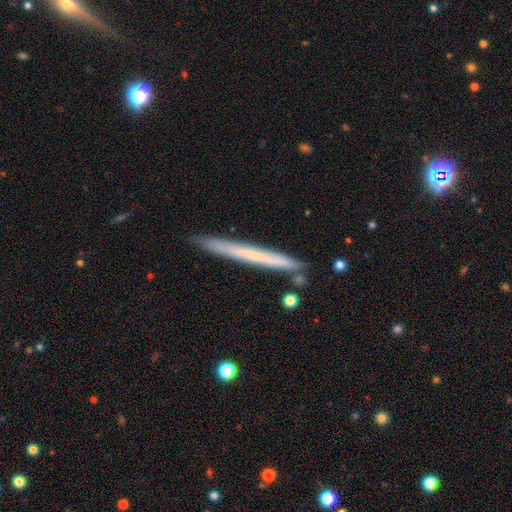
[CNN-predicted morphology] This appears to be a smooth galaxy with no disk features (50%) that is cigar-shaped (97%). Merging: none (87%).